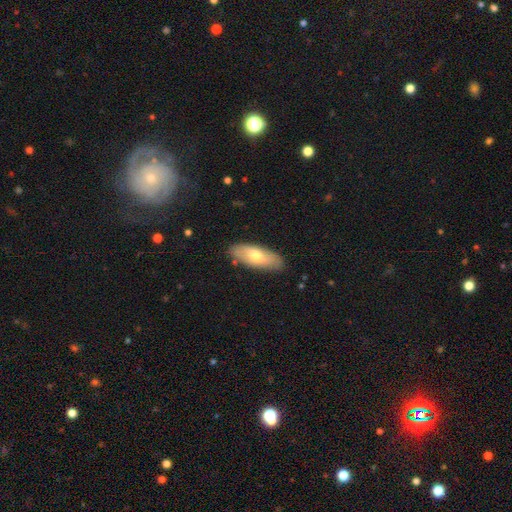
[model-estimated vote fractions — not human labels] Smooth or featured? smooth (64%)
How rounded? in between (79%)
Merging? none (84%)